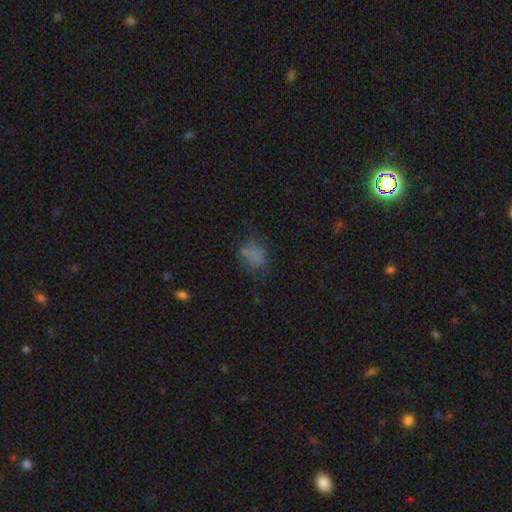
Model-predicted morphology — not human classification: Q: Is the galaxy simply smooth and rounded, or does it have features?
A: smooth — 66%.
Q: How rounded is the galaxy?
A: in between — 56%.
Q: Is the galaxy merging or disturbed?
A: none — 50%.